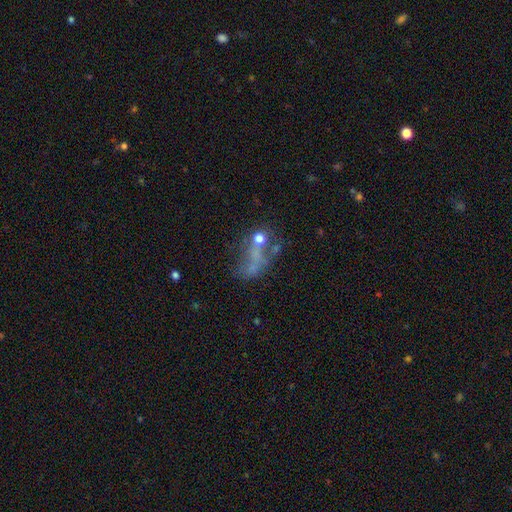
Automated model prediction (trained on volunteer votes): A featured or disk galaxy (40%).

Vote fractions:
- Smooth or featured? featured or disk: 40% / smooth: 33% / star or artifact: 27%
- Merging? none: 32% / major disturbance: 31% / merger: 23% / minor disturbance: 15%